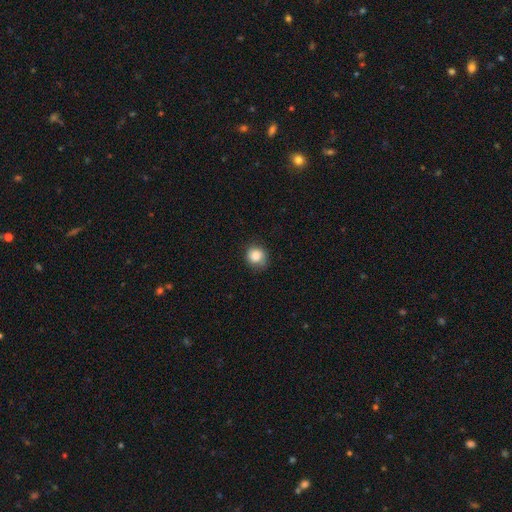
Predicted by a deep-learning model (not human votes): Smooth or featured: smooth — 84% (star or artifact — 9%)
How rounded: round — 81% (in between — 18%)
Merging: none — 73% (minor disturbance — 21%)